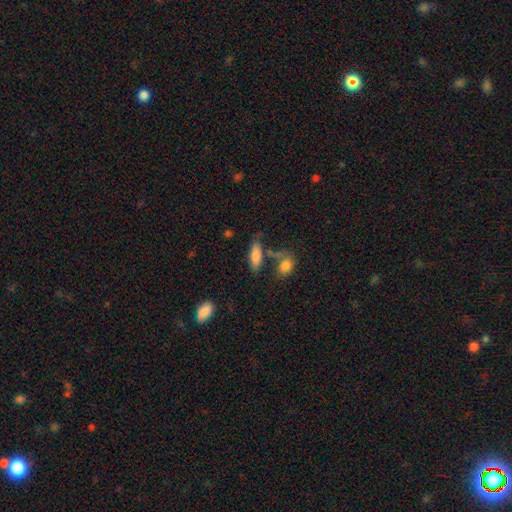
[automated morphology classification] Smooth or featured? smooth (80%)
How rounded? in between (67%)
Merging? none (54%)